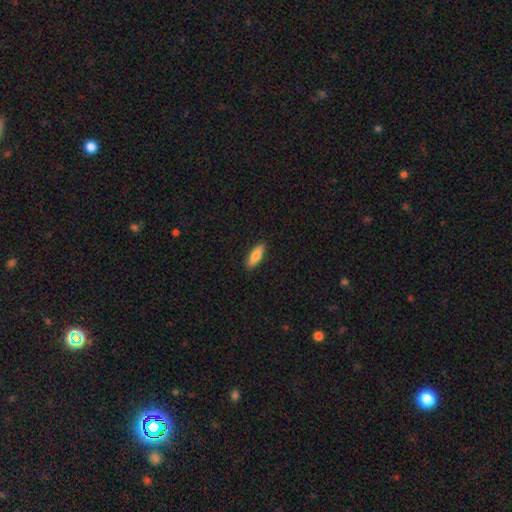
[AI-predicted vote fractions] Smooth or featured?
  - smooth: 81% *
  - featured or disk: 13%
  - star or artifact: 6%
How rounded?
  - in between: 61% *
  - cigar-shaped: 37%
  - round: 2%
Merging?
  - none: 89% *
  - minor disturbance: 9%
  - major disturbance: 2%
  - merger: 1%